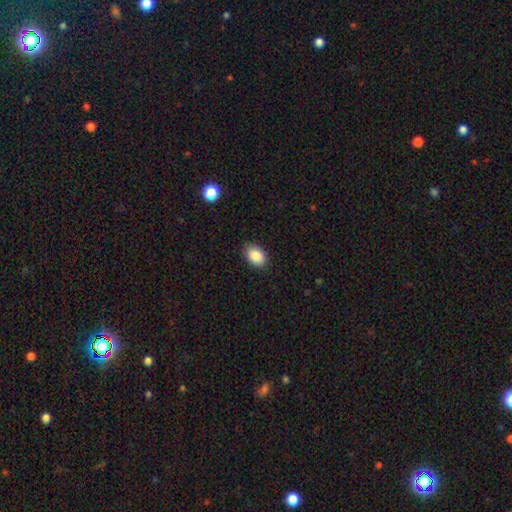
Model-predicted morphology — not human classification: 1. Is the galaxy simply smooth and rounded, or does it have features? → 88% smooth, 7% star or artifact, 5% featured or disk.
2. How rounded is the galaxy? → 83% in between, 16% round, 1% cigar-shaped.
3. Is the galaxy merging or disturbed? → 88% none, 9% minor disturbance, 2% major disturbance, 1% merger.